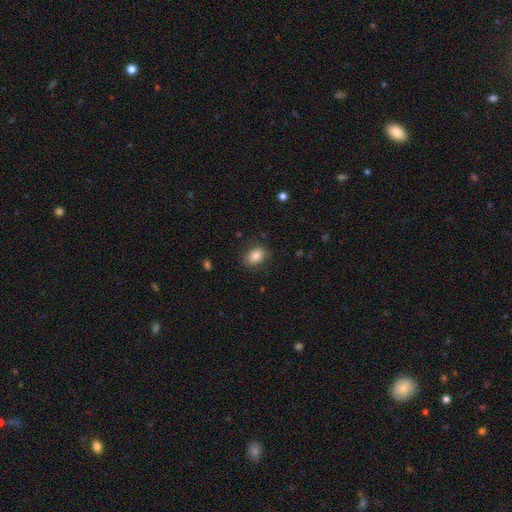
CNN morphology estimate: type=smooth (85%); roundness=in between (77%); merging=none (84%).